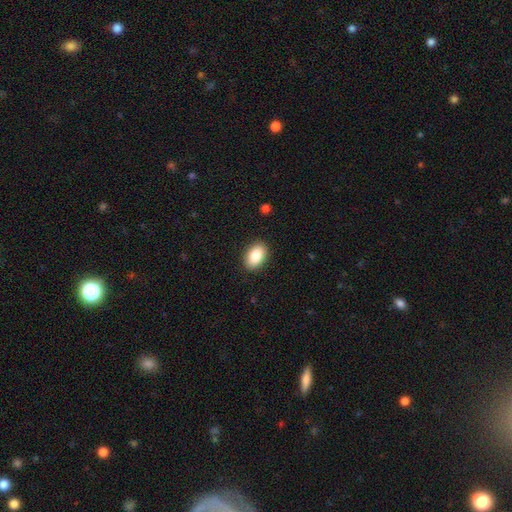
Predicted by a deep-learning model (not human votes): Smooth or featured? Predicted: smooth (p=0.88). How rounded? Predicted: in between (p=0.90). Merging? Predicted: none (p=0.89).